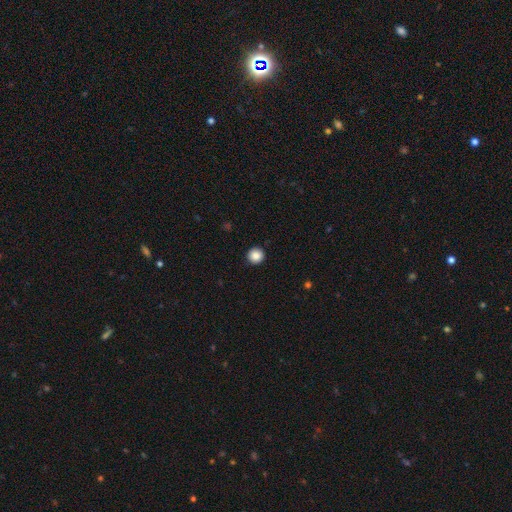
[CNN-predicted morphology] type=smooth (87%); roundness=round (96%); merging=none (93%).